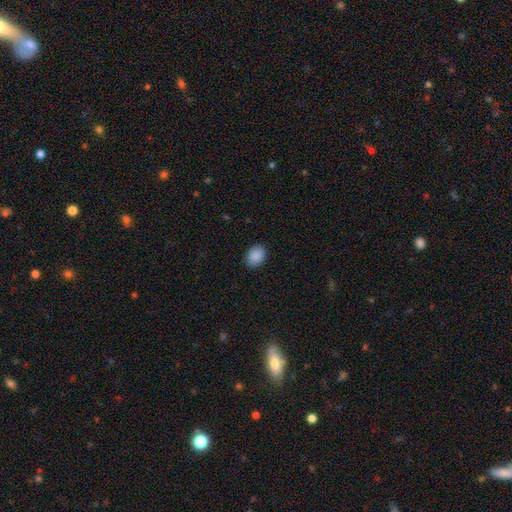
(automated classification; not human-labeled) smooth-or-featured: smooth: 90% | star or artifact: 8% | featured or disk: 3%
  how-rounded: in between: 61% | round: 38% | cigar-shaped: 1%
  merging: none: 89% | minor disturbance: 8% | major disturbance: 2% | merger: 1%